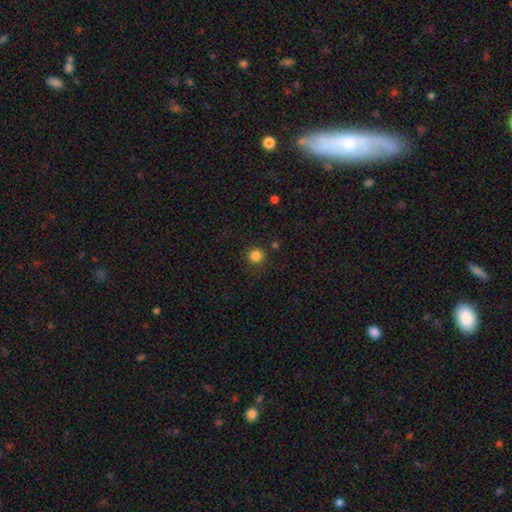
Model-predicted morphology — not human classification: This appears to be a smooth galaxy with no disk features (83%) that is round (94%). Merging: none (86%).